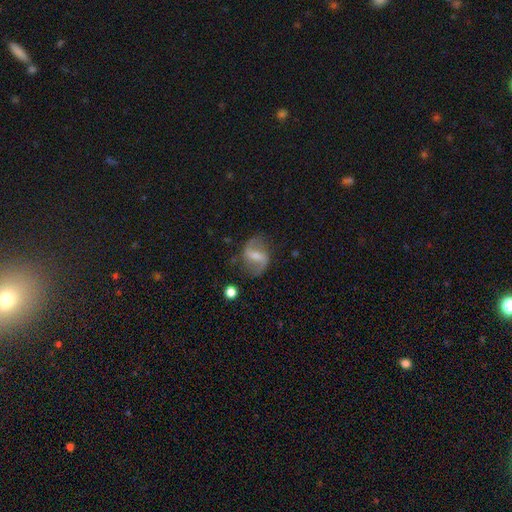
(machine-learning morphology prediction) Smooth or featured? featured or disk (79%)
Edge-on disk? no (97%)
Bar? strong (43%)
Spiral arms? yes (91%)
Spiral winding? loose (66%)
Spiral arm count? 2 (92%)
Bulge size? small (47%)
Merging? none (77%)